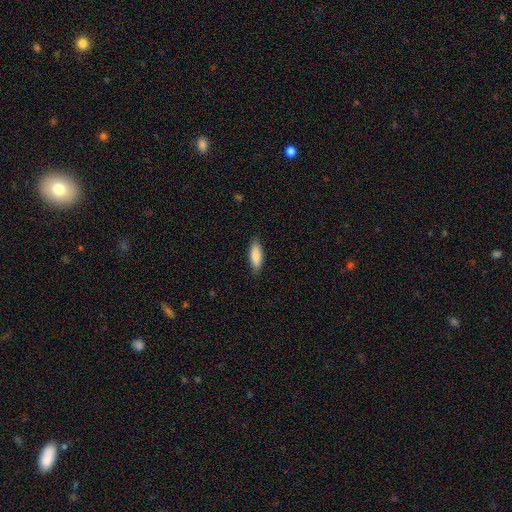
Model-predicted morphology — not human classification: smooth-or-featured: smooth: 86% | featured or disk: 8% | star or artifact: 6%
  how-rounded: in between: 64% | cigar-shaped: 35% | round: 2%
  merging: none: 86% | minor disturbance: 11% | major disturbance: 2% | merger: 1%